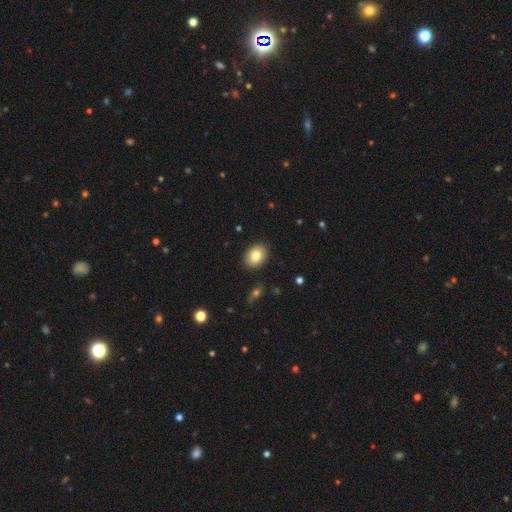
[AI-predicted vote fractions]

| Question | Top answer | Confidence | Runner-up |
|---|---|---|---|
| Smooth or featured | smooth | 82% | featured or disk (9%) |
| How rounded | in between | 71% | round (28%) |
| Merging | none | 90% | minor disturbance (7%) |